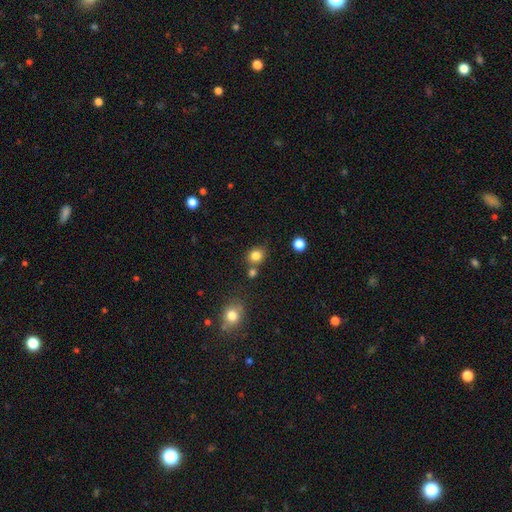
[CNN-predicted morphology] type=smooth (83%); roundness=round (77%); merging=none (72%).